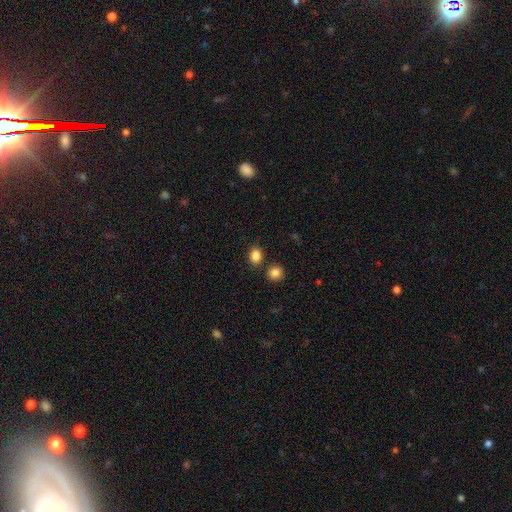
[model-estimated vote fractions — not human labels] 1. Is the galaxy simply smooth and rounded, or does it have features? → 86% smooth, 10% star or artifact, 4% featured or disk.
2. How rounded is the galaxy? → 51% in between, 48% round, 1% cigar-shaped.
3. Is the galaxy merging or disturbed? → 78% none, 10% merger, 9% minor disturbance, 3% major disturbance.